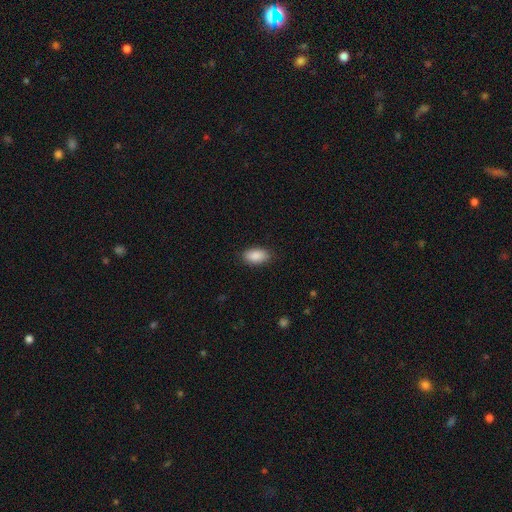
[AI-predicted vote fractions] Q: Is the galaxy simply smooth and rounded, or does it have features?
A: smooth — 90%.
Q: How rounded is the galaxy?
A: in between — 94%.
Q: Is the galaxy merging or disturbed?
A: none — 87%.